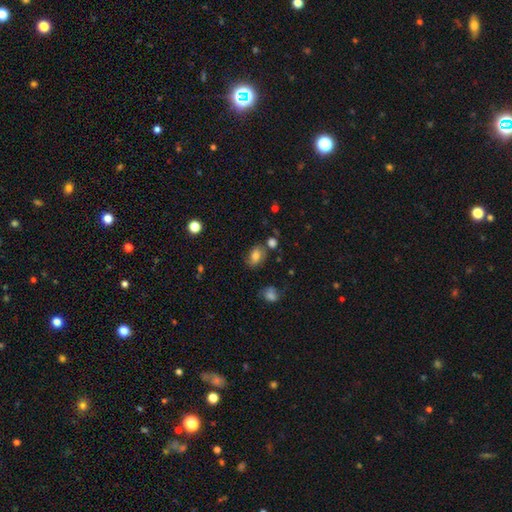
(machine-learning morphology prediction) A smooth galaxy with no disk features (72%) that is in between round and cigar-shaped (75%). Merging: none (68%).